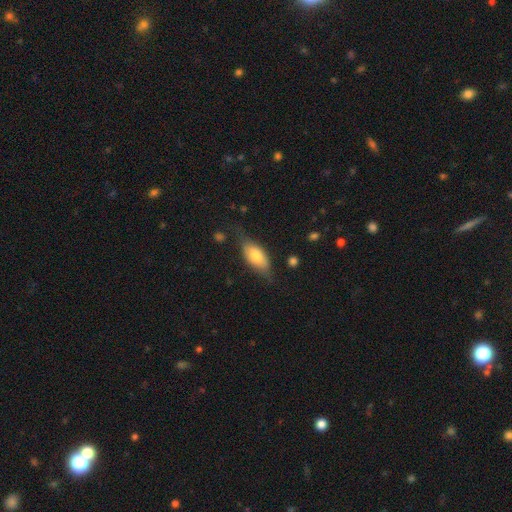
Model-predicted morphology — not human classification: Smooth or featured: smooth — 69% (featured or disk — 25%)
How rounded: in between — 84% (cigar-shaped — 13%)
Merging: none — 58% (minor disturbance — 29%)